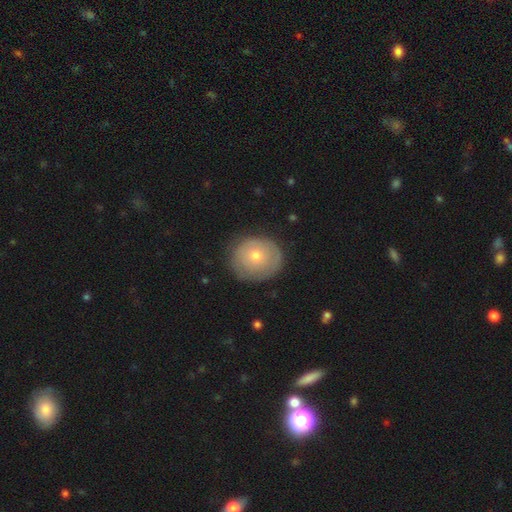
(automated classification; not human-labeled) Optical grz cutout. It shows a smooth galaxy with no disk features (55%) that is round (81%). Merging: none (80%).